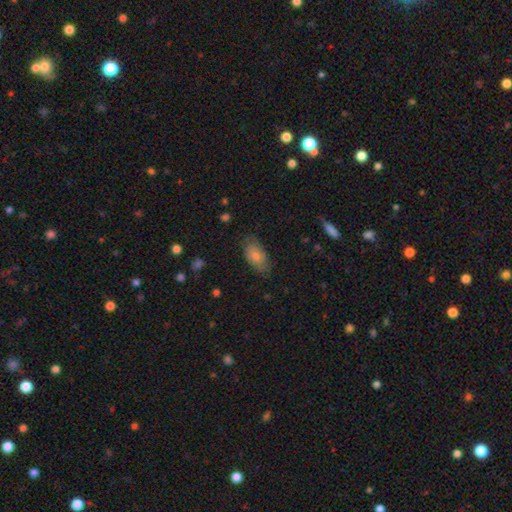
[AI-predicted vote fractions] A smooth galaxy with no disk features (76%) that is in between round and cigar-shaped (93%).

Vote fractions:
- Smooth or featured? smooth: 76% / featured or disk: 17% / star or artifact: 6%
- How rounded? in between: 93% / round: 4% / cigar-shaped: 3%
- Merging? none: 71% / minor disturbance: 22% / major disturbance: 6% / merger: 1%